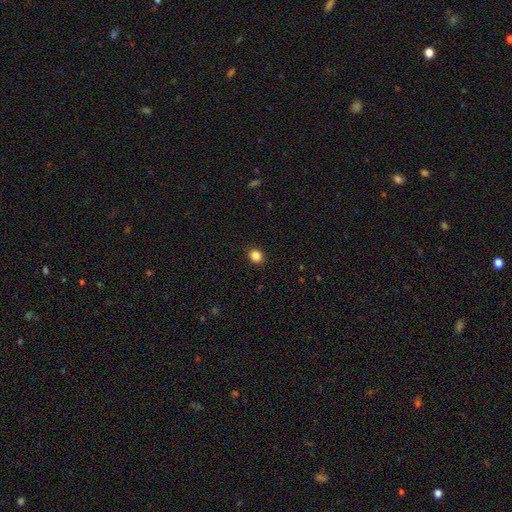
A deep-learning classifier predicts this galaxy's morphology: Smooth or featured? Predicted: smooth (p=0.86). How rounded? Predicted: round (p=0.70). Merging? Predicted: none (p=0.91).